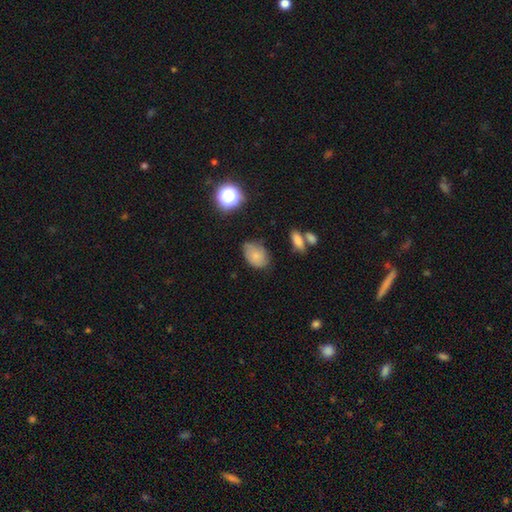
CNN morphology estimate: smooth_or_featured: smooth (p=0.76) [alt: featured or disk p=0.14]
how_rounded: in between (p=0.81) [alt: round p=0.18]
merging: none (p=0.60) [alt: minor disturbance p=0.29]